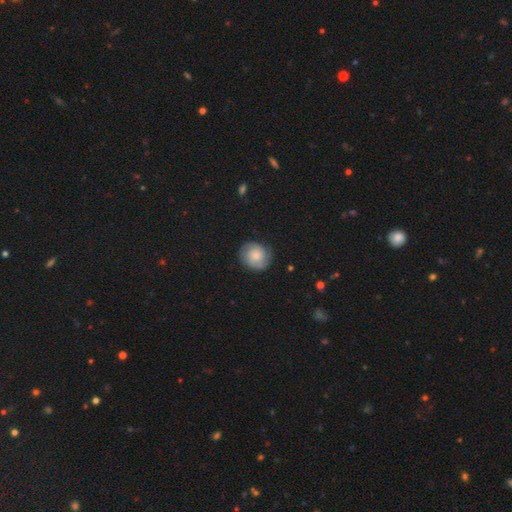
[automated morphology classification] This appears to be a smooth galaxy with no disk features (52%) that is round (83%). Merging: none (79%).